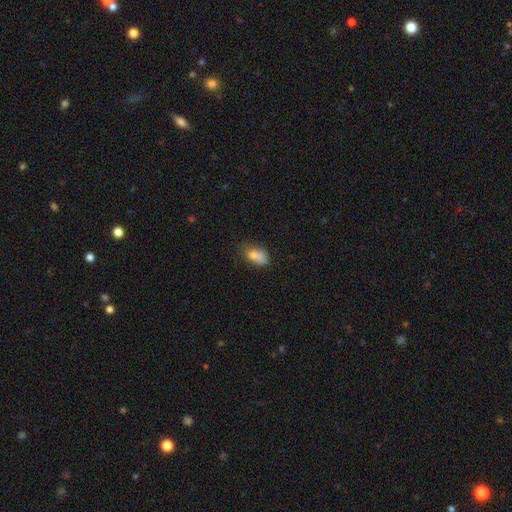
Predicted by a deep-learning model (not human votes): smooth-or-featured: smooth: 77% | featured or disk: 13% | star or artifact: 10%
  how-rounded: in between: 86% | round: 11% | cigar-shaped: 3%
  merging: none: 45% | minor disturbance: 31% | merger: 12% | major disturbance: 12%